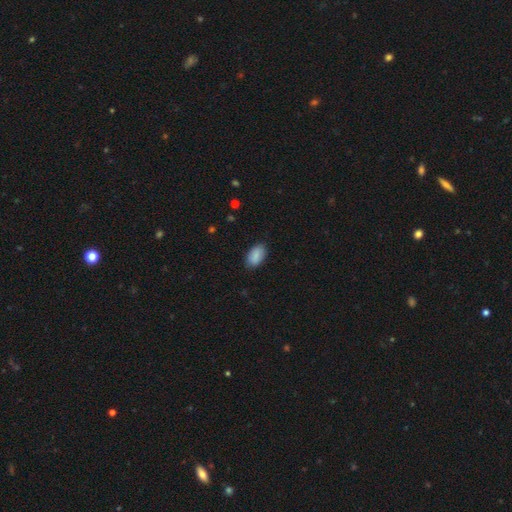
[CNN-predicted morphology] smooth_or_featured: smooth (p=0.89) [alt: star or artifact p=0.07]
how_rounded: in between (p=0.94) [alt: round p=0.04]
merging: none (p=0.83) [alt: minor disturbance p=0.13]